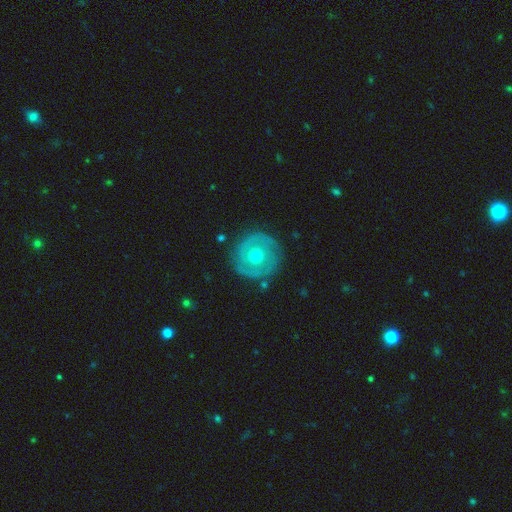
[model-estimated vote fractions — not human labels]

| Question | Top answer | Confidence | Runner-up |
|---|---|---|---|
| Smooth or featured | featured or disk | 72% | smooth (22%) |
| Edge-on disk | no | 97% | yes (3%) |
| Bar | no | 80% | weak (16%) |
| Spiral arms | yes | 76% | no (24%) |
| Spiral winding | tight | 69% | medium (23%) |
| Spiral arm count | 2 | 57% | can't tell (20%) |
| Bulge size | moderate | 66% | small (30%) |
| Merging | none | 84% | minor disturbance (11%) |